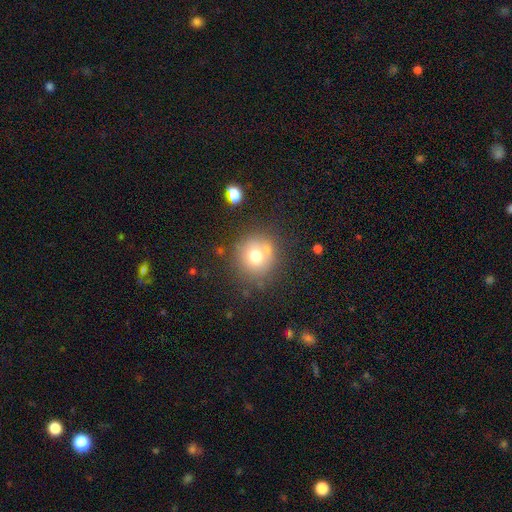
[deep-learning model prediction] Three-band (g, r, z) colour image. It shows a smooth galaxy with no disk features (70%) that is round (90%). Merging: none (68%).